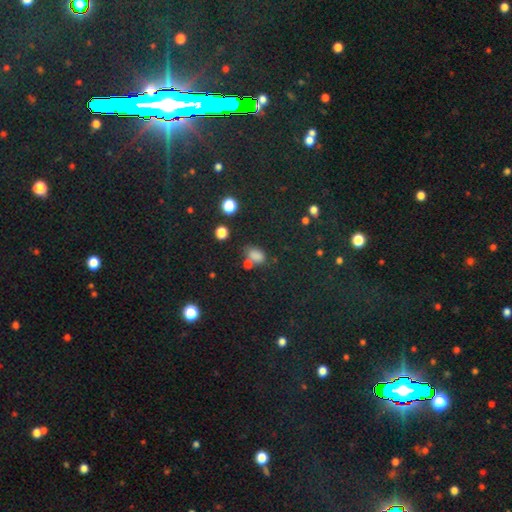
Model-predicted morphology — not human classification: Smooth or featured? Predicted: smooth (p=0.73). How rounded? Predicted: in between (p=0.79). Merging? Predicted: none (p=0.54).